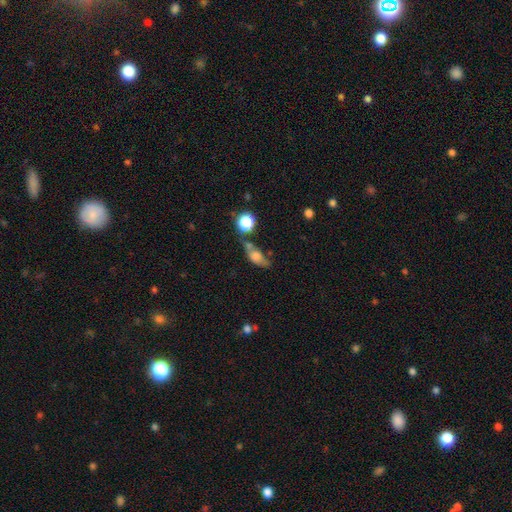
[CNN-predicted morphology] type=smooth (64%); roundness=in between (69%); merging=none (41%).